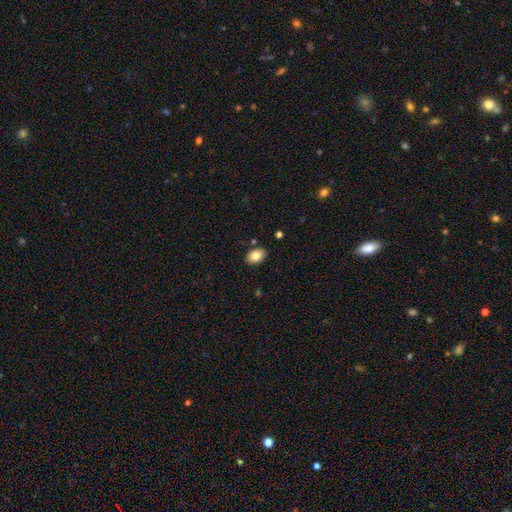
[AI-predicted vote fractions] Morphology: type=smooth (83%); roundness=in between (87%); merging=none (86%).